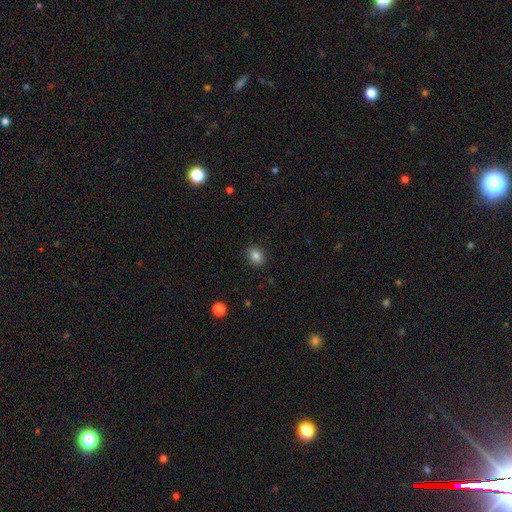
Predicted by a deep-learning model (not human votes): smooth-or-featured: smooth: 84% | star or artifact: 10% | featured or disk: 6%
  how-rounded: in between: 52% | round: 47% | cigar-shaped: 1%
  merging: none: 89% | minor disturbance: 8% | major disturbance: 2% | merger: 1%